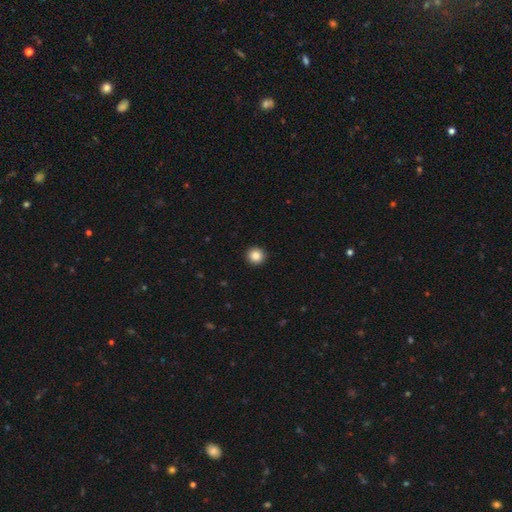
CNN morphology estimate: A smooth galaxy with no disk features (86%) that is round (95%).

Vote fractions:
- Smooth or featured? smooth: 86% / star or artifact: 10% / featured or disk: 4%
- How rounded? round: 95% / in between: 4% / cigar-shaped: 1%
- Merging? none: 94% / minor disturbance: 4% / major disturbance: 1% / merger: 1%